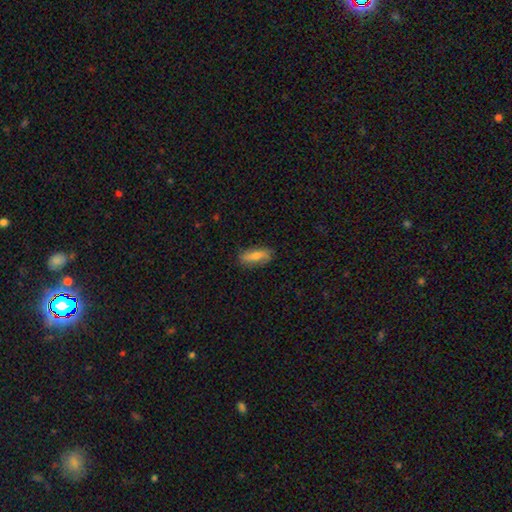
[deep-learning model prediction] A smooth galaxy with no disk features (64%) that is in between round and cigar-shaped (55%). Merging: none (82%).